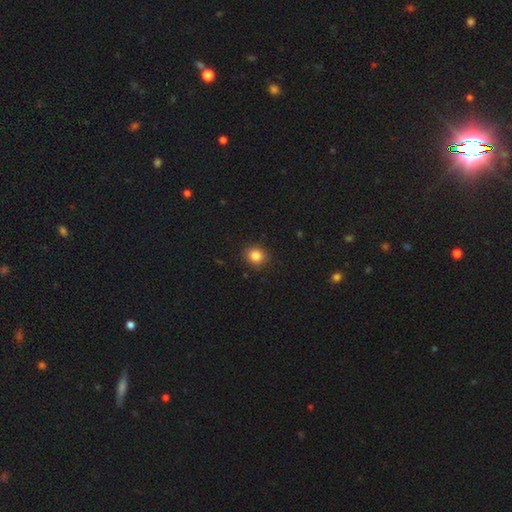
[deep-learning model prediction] Smooth or featured? Predicted: smooth (p=0.85). How rounded? Predicted: round (p=0.79). Merging? Predicted: none (p=0.90).